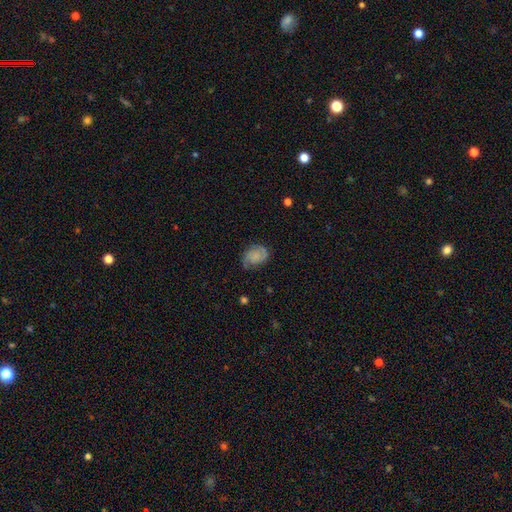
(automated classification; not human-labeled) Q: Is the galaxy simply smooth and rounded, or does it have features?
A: smooth — 49%.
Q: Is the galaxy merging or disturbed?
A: none — 66%.